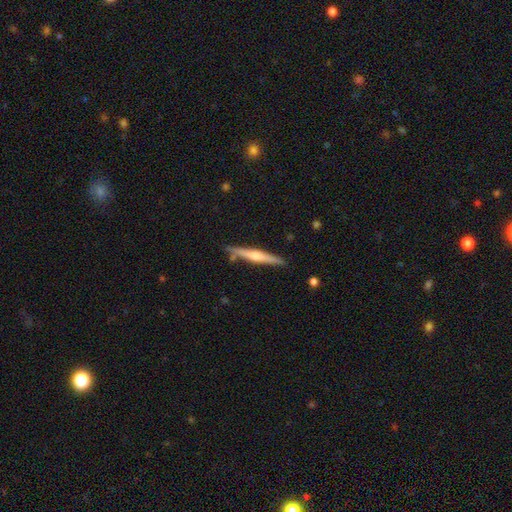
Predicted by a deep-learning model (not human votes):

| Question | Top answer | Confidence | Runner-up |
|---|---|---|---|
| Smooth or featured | featured or disk | 55% | smooth (40%) |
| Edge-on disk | yes | 97% | no (3%) |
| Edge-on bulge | rounded | 68% | none (20%) |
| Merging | none | 85% | minor disturbance (10%) |